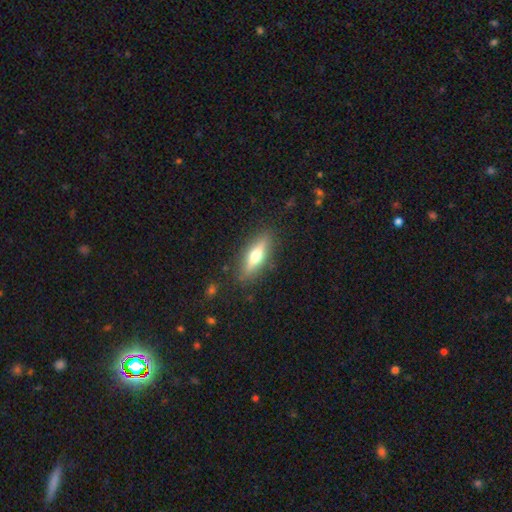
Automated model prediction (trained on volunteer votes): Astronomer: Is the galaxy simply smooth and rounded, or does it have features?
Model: featured or disk — 49% (runner-up: smooth, 45%).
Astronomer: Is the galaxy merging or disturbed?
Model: none — 86%.